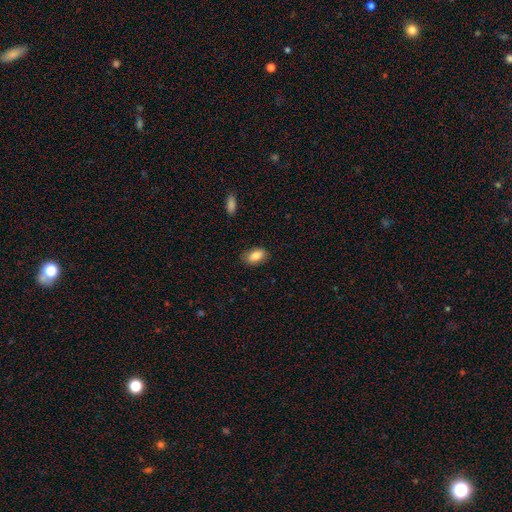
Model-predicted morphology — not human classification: smooth 85%, featured or disk 8%, star or artifact 7%. Down the decision tree: how rounded — in between (92%); merging — none (84%).